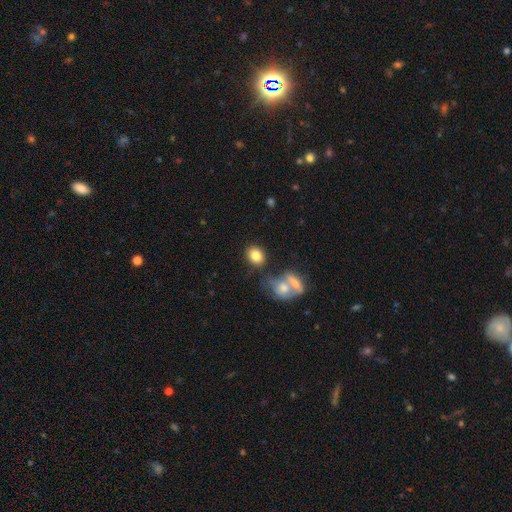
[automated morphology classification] type=smooth (82%); roundness=in between (58%); merging=none (72%).